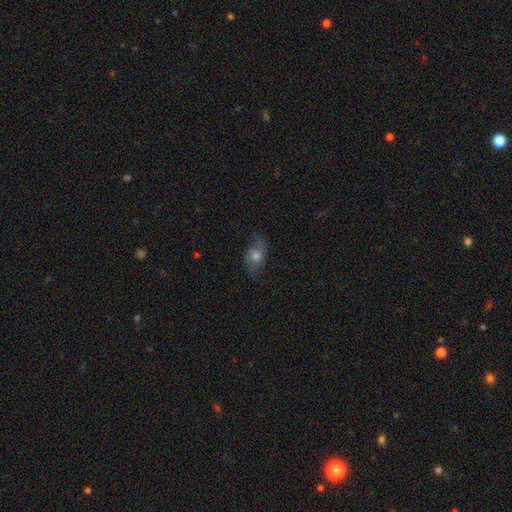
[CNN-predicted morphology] Overall: smooth (48%; featured or disk 41%). Merging: none (64%).